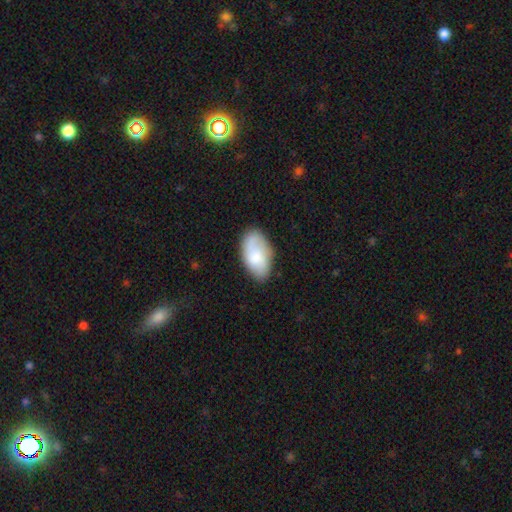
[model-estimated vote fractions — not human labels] This appears to be a smooth galaxy with no disk features (70%) that is in between round and cigar-shaped (94%). Merging: none (75%).